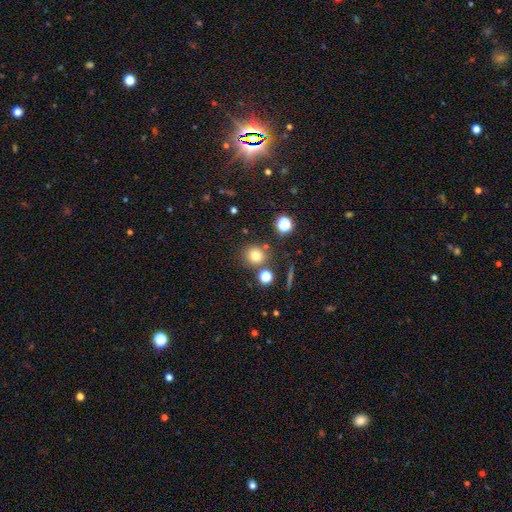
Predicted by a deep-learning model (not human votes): smooth-or-featured: smooth: 77% | star or artifact: 15% | featured or disk: 8%
  how-rounded: round: 90% | in between: 9% | cigar-shaped: 1%
  merging: none: 77% | merger: 10% | minor disturbance: 9% | major disturbance: 4%